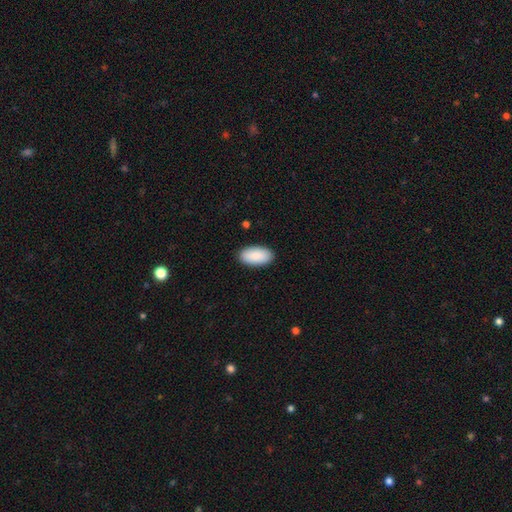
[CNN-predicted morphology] smooth 90%, star or artifact 6%, featured or disk 4%. Down the decision tree: how rounded — in between (96%); merging — none (90%).